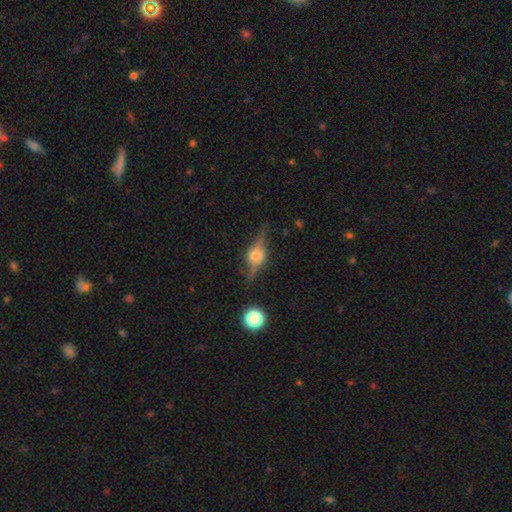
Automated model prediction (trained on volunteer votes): Smooth or featured?
  - featured or disk: 80% *
  - smooth: 11%
  - star or artifact: 8%
Edge-on disk?
  - yes: 96% *
  - no: 4%
Edge-on bulge?
  - rounded: 91% *
  - boxy: 8%
  - none: 1%
Merging?
  - none: 81% *
  - minor disturbance: 13%
  - major disturbance: 4%
  - merger: 2%